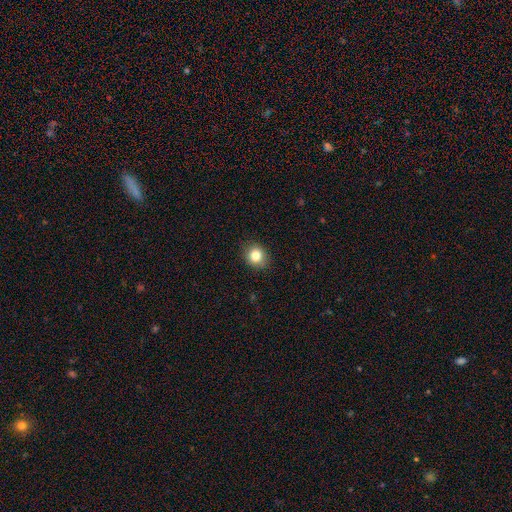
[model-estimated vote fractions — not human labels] This appears to be a smooth galaxy with no disk features (82%) that is round (79%). Merging: none (88%).